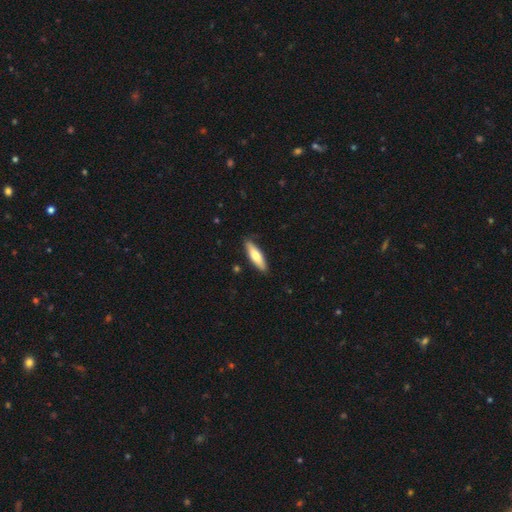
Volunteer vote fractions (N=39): A smooth galaxy with no disk features (59%) that is cigar-shaped (83%).

Vote fractions:
- Smooth or featured? smooth: 59% / featured or disk: 36% / star or artifact: 5%
- How rounded? cigar-shaped: 83% / in between: 17% / round: 0%
- Merging? none: 95% / minor disturbance: 5% / major disturbance: 0% / merger: 0%